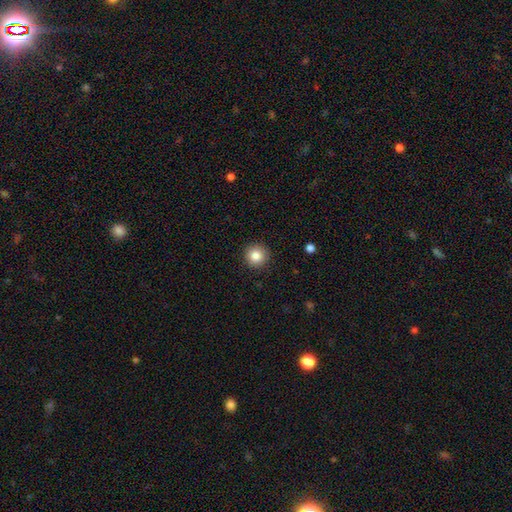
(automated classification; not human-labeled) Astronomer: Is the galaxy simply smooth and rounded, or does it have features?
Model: smooth — 84%.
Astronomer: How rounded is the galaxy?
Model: round — 95%.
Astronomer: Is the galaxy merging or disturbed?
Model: none — 92%.